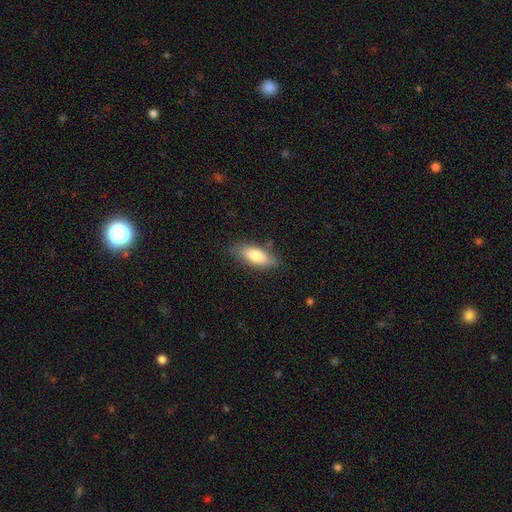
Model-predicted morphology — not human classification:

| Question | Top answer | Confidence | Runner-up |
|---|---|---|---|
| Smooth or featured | smooth | 79% | featured or disk (15%) |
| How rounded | in between | 73% | cigar-shaped (25%) |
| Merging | none | 79% | minor disturbance (16%) |